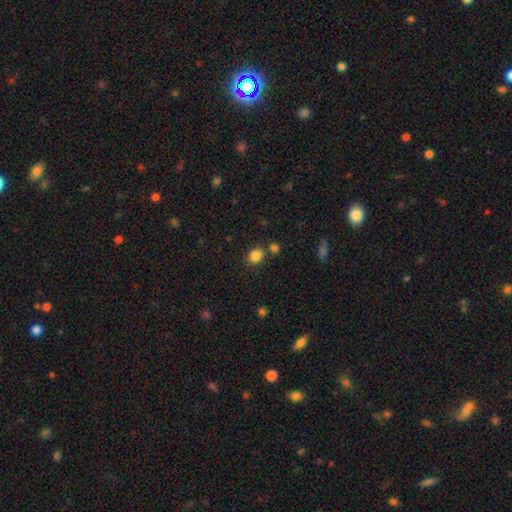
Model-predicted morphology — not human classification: A smooth galaxy with no disk features (84%) that is round (68%).

Vote fractions:
- Smooth or featured? smooth: 84% / star or artifact: 11% / featured or disk: 4%
- How rounded? round: 68% / in between: 31% / cigar-shaped: 1%
- Merging? none: 74% / merger: 13% / minor disturbance: 10% / major disturbance: 3%